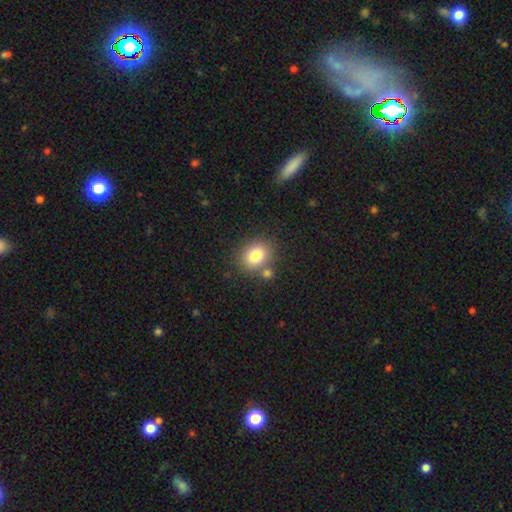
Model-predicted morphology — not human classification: Smooth or featured? smooth (80%)
How rounded? round (54%)
Merging? none (71%)